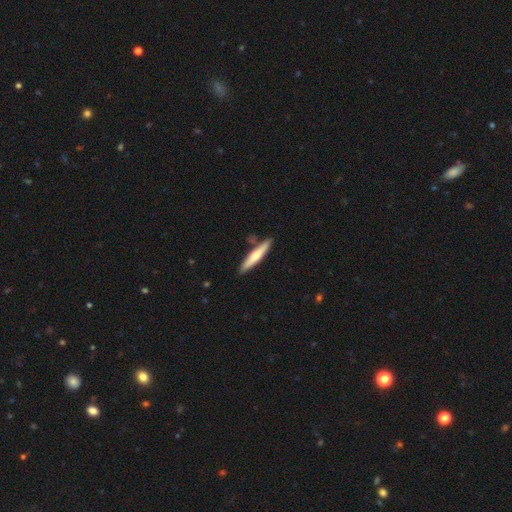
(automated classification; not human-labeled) This is likely a smooth galaxy (61%). How rounded: clearly cigar-shaped (91%). Merging: clearly none (83%).